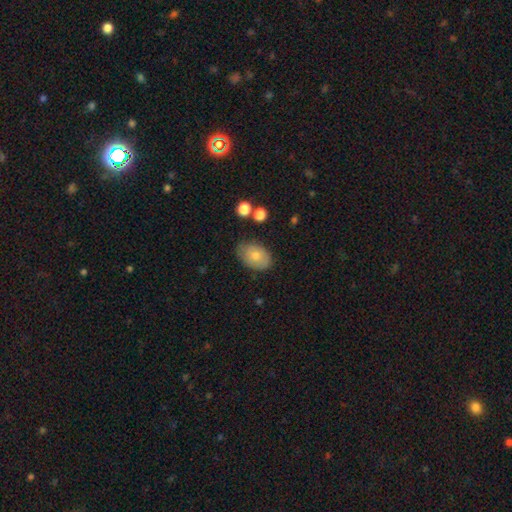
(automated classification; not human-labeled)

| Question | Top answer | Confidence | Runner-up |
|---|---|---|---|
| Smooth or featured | smooth | 73% | featured or disk (20%) |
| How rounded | in between | 83% | round (15%) |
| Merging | none | 72% | minor disturbance (21%) |